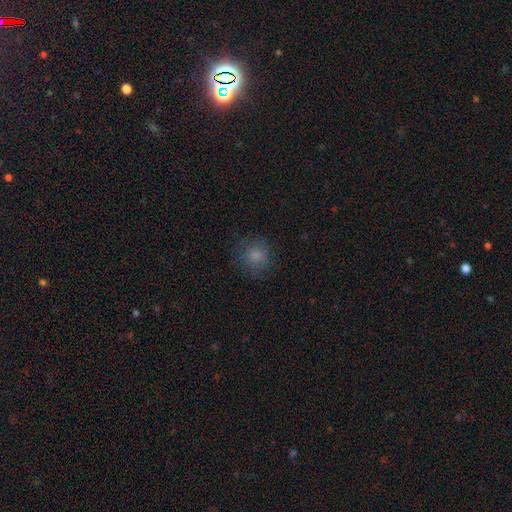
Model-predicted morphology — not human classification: The model was most divided on "merging": none: 78%, minor disturbance: 14%, major disturbance: 7%, merger: 1%. More confident: how rounded — round (85%); smooth or featured — smooth (80%).